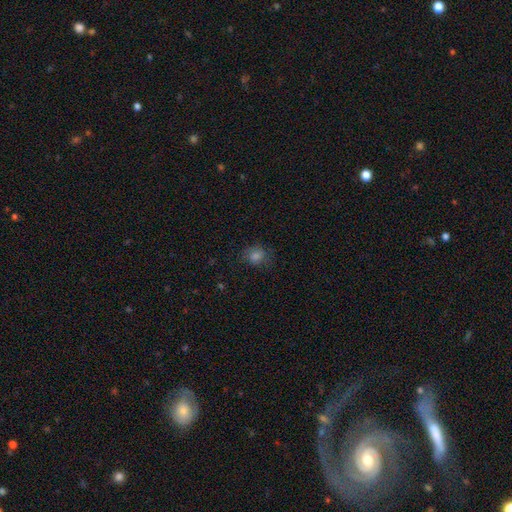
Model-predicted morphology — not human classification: Smooth or featured? smooth (69%)
How rounded? round (65%)
Merging? none (72%)